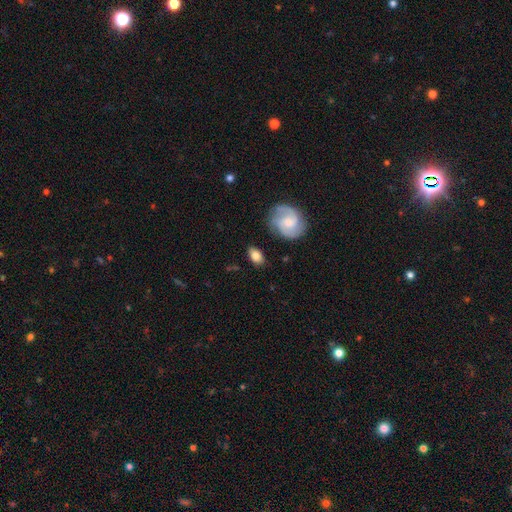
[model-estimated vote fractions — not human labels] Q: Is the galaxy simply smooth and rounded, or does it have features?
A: smooth — 75%.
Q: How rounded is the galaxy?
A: in between — 85%.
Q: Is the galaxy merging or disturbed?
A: none — 79%.